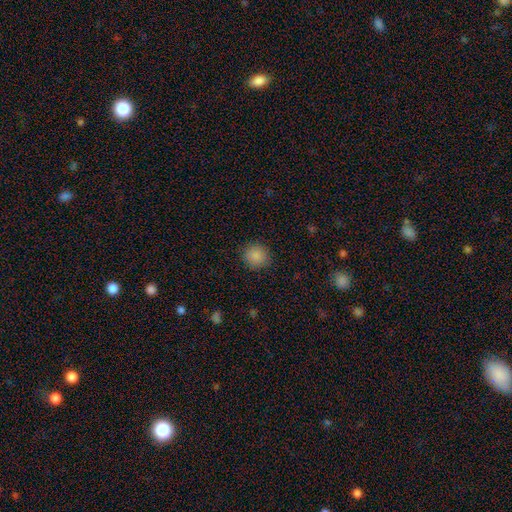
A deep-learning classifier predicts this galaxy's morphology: This appears to be a smooth galaxy with no disk features (87%) that is round (90%). Merging: none (89%).